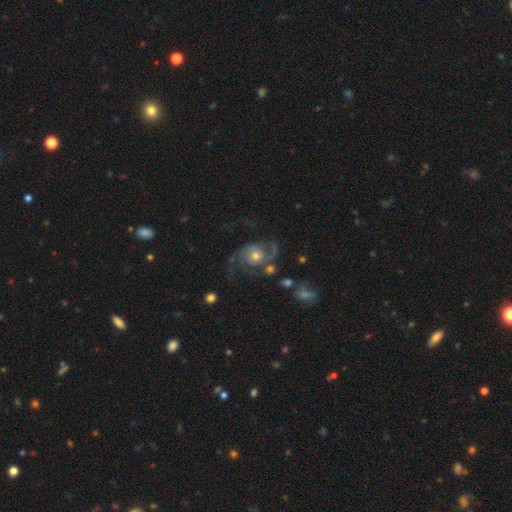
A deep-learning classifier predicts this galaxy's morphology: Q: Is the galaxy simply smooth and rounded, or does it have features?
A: featured or disk — 85%.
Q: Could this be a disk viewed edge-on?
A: no — 98%.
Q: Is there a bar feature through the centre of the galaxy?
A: no — 76%.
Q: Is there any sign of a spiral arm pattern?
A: yes — 96%.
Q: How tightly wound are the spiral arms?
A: medium — 51%.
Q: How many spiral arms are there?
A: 2 — 76%.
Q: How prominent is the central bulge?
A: moderate — 59%.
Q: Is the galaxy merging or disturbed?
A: none — 58%.